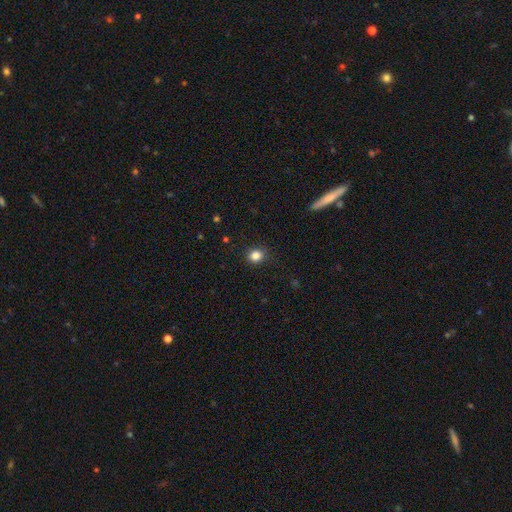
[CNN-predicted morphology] Overall: smooth (84%). How rounded: round (76%). Merging: none (89%).